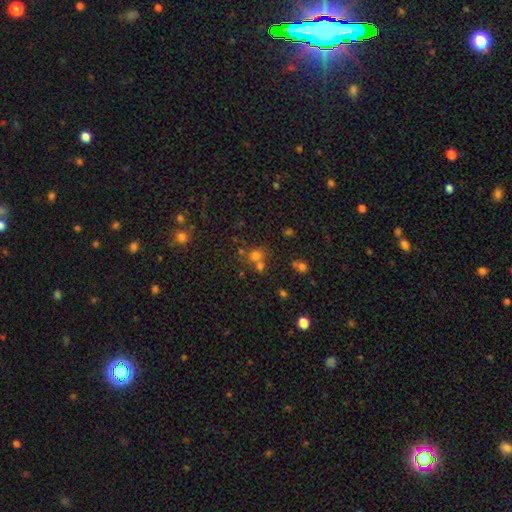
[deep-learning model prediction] This appears to be a smooth galaxy with no disk features (66%) that is round (80%). Merging: none (53%).